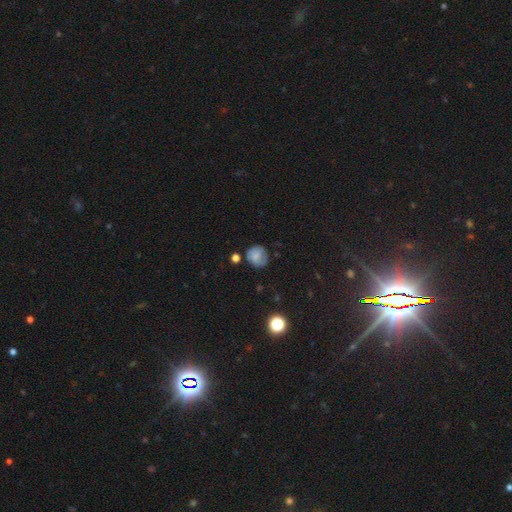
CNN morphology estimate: Smooth or featured: smooth — 69% (featured or disk — 21%)
How rounded: round — 80% (in between — 19%)
Merging: none — 65% (minor disturbance — 23%)